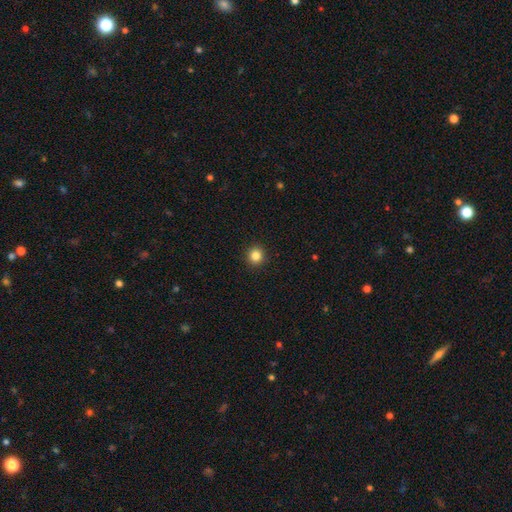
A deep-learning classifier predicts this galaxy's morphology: The model was most divided on "smooth or featured": smooth: 84%, star or artifact: 12%, featured or disk: 4%. More confident: merging — none (93%); how rounded — round (92%).